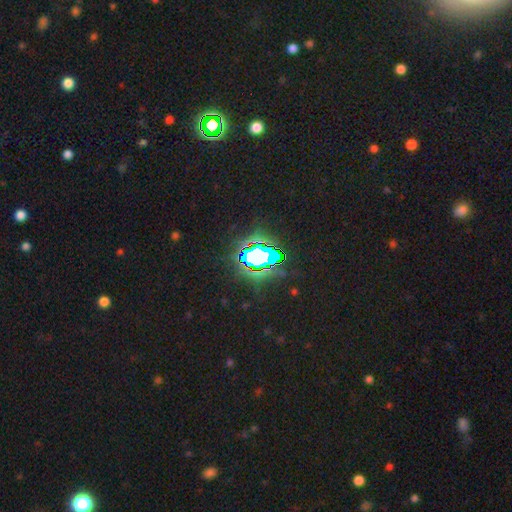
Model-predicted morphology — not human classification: Smooth or featured? star or artifact (72%)